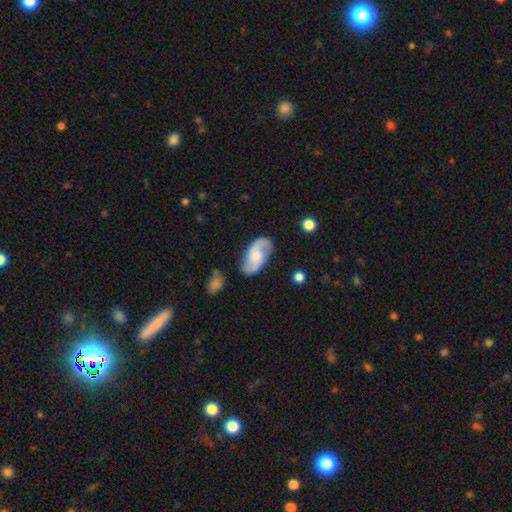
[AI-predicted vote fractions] A featured or disk galaxy (70%) with no bar (54%), 2 (91%) loose (44%) spiral arms (94%) and a moderate central bulge (33%). Merging: none (77%).